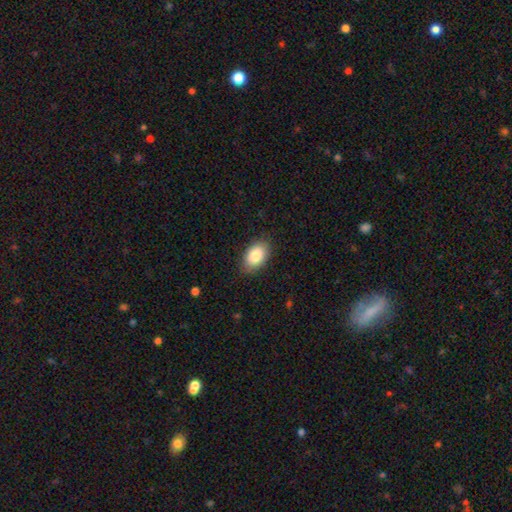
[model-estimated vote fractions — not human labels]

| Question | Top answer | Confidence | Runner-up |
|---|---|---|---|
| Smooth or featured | smooth | 84% | featured or disk (9%) |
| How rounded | in between | 90% | round (9%) |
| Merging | none | 84% | minor disturbance (13%) |